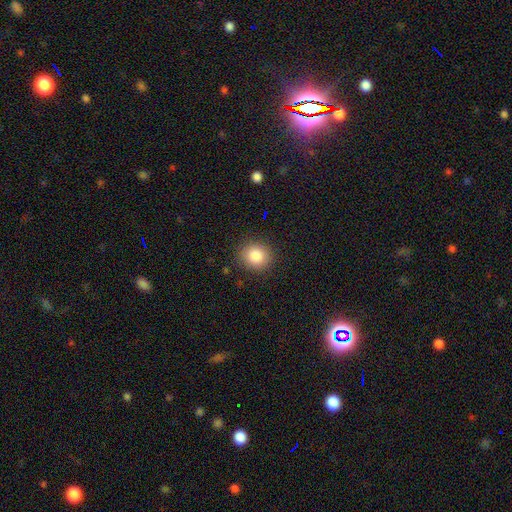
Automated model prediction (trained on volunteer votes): Smooth or featured? Predicted: smooth (p=0.85). How rounded? Predicted: round (p=0.80). Merging? Predicted: none (p=0.88).